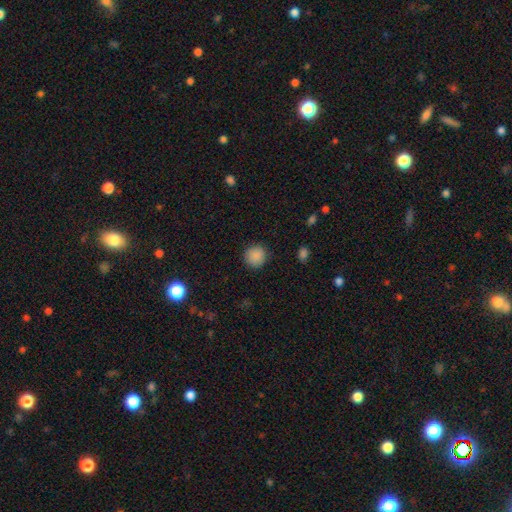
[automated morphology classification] smooth_or_featured: smooth (p=0.87) [alt: star or artifact p=0.10]
how_rounded: round (p=0.92) [alt: in between p=0.07]
merging: none (p=0.90) [alt: minor disturbance p=0.07]